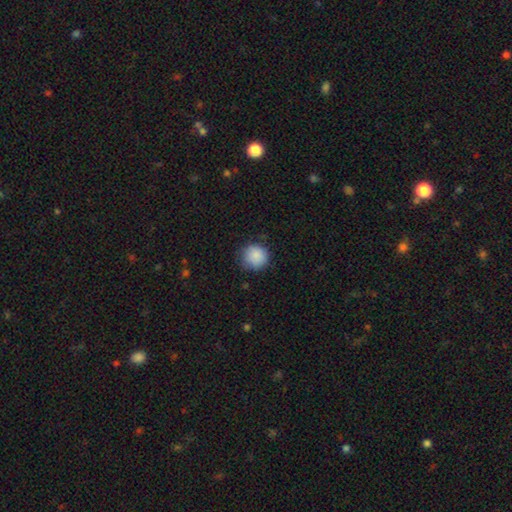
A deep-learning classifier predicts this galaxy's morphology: type=smooth (87%); roundness=round (92%); merging=none (77%).